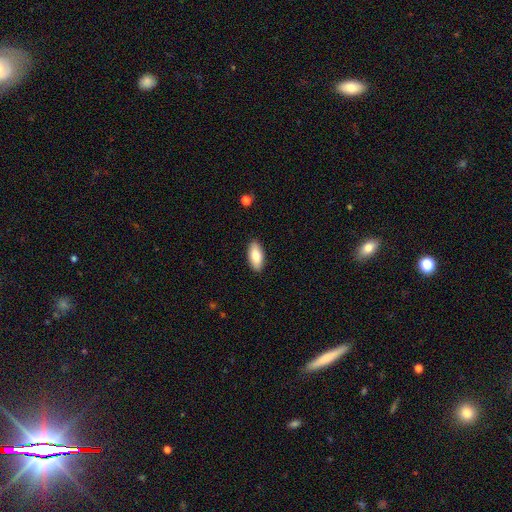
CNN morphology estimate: Q: Smooth or featured?
A: smooth (83%); runner-up: featured or disk (11%)
Q: How rounded?
A: in between (90%); runner-up: cigar-shaped (8%)
Q: Merging?
A: none (89%); runner-up: minor disturbance (8%)